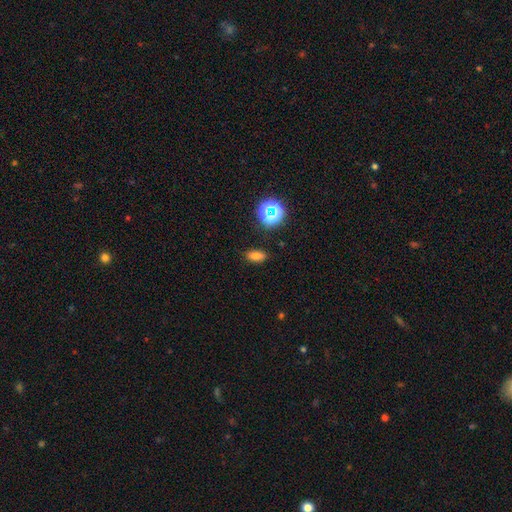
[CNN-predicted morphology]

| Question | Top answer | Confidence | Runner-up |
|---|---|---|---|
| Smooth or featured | smooth | 73% | star or artifact (19%) |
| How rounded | in between | 84% | round (10%) |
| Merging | none | 85% | minor disturbance (10%) |